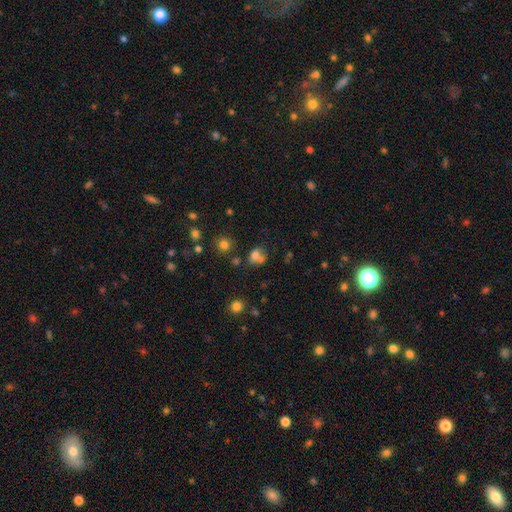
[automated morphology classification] smooth_or_featured: smooth (p=0.71) [alt: star or artifact p=0.16]
how_rounded: round (p=0.57) [alt: in between p=0.42]
merging: merger (p=0.42) [alt: none p=0.38]